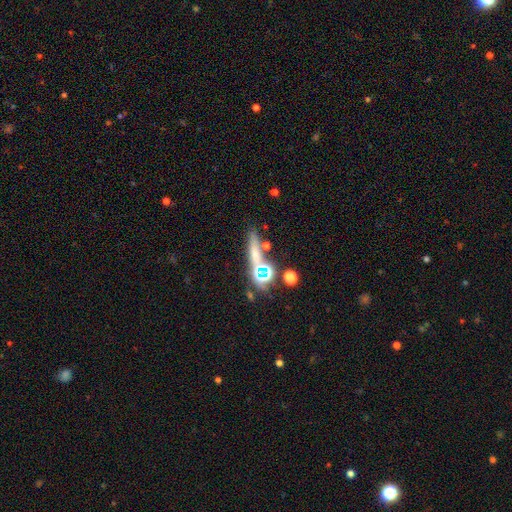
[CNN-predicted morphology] The model was most divided on "smooth or featured": smooth: 50%, star or artifact: 28%, featured or disk: 22%. More confident: how rounded — cigar-shaped (67%); merging — none (66%).